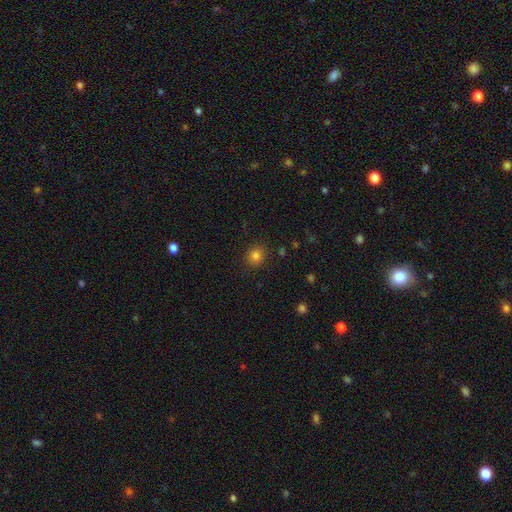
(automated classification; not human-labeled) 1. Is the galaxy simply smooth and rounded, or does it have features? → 80% smooth, 14% star or artifact, 6% featured or disk.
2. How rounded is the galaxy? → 82% round, 17% in between, 1% cigar-shaped.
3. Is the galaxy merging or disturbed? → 89% none, 8% minor disturbance, 2% major disturbance, 1% merger.